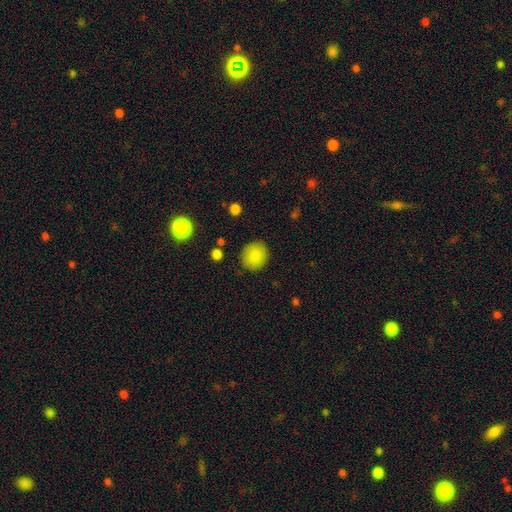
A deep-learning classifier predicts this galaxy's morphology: Overall: smooth (87%). How rounded: round (84%). Merging: none (87%).